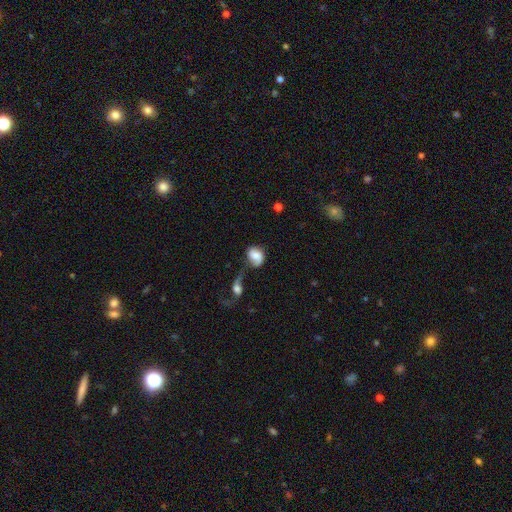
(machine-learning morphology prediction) The model was most divided on "how rounded": in between: 54%, round: 45%, cigar-shaped: 2%. Remaining: smooth or featured — smooth (60%); merging — merger (41%).